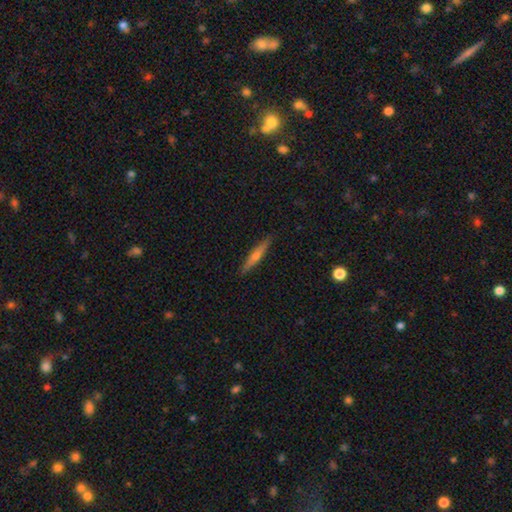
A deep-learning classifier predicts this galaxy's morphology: Smooth or featured?
  - featured or disk: 47% *
  - smooth: 46%
  - star or artifact: 6%
Merging?
  - none: 90% *
  - minor disturbance: 7%
  - major disturbance: 1%
  - merger: 1%